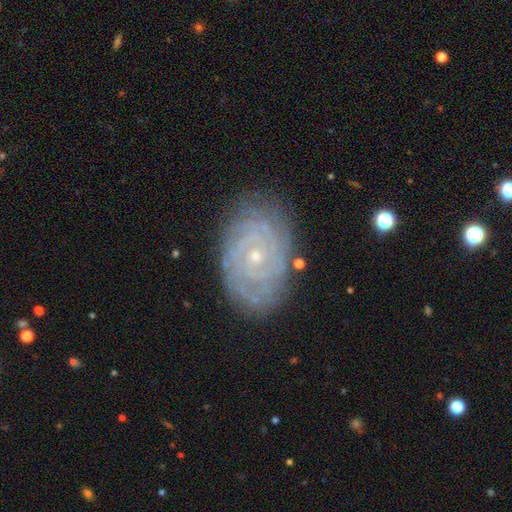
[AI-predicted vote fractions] A featured or disk galaxy (85%) with no bar (77%), tight (85%) spiral arms (97%) and a small central bulge (80%). Merging: none (82%).